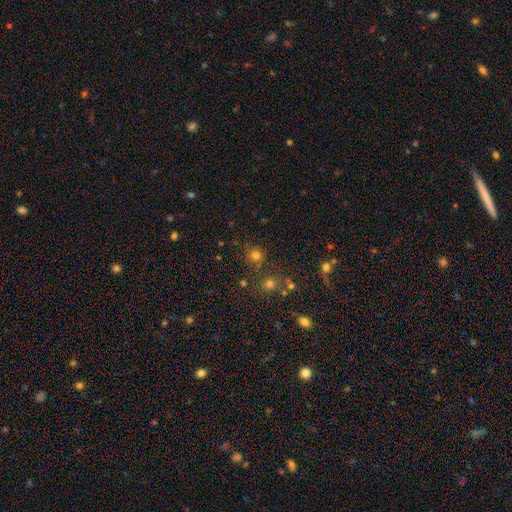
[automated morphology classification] Smooth or featured?
  - smooth: 72% *
  - star or artifact: 22%
  - featured or disk: 7%
How rounded?
  - round: 91% *
  - in between: 8%
  - cigar-shaped: 1%
Merging?
  - none: 77% *
  - minor disturbance: 10%
  - merger: 9%
  - major disturbance: 4%